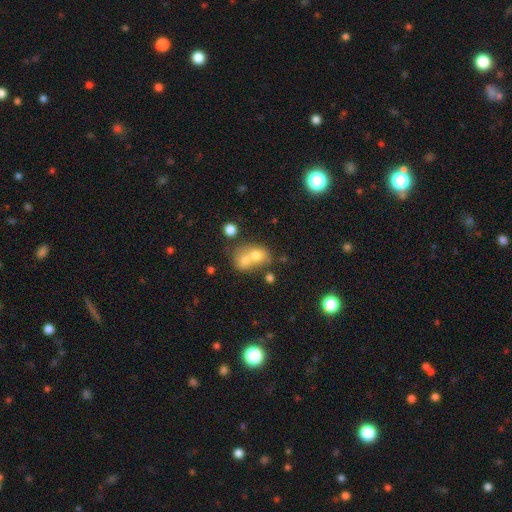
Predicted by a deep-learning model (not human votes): smooth_or_featured: smooth (p=0.68) [alt: featured or disk p=0.21]
how_rounded: round (p=0.58) [alt: in between p=0.41]
merging: merger (p=0.67) [alt: none p=0.23]